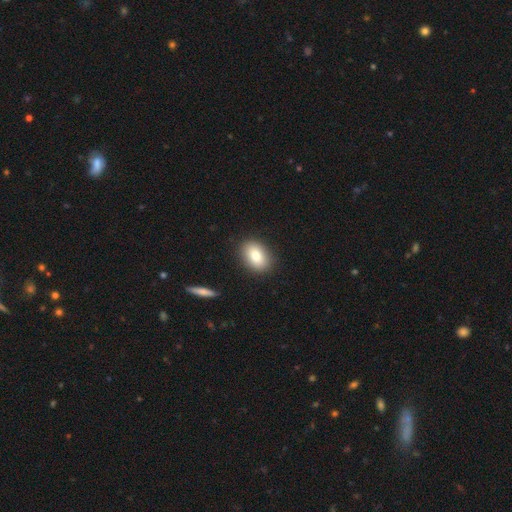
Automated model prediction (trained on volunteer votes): This is clearly a smooth galaxy (82%). How rounded: clearly in between (82%). Merging: clearly none (88%).